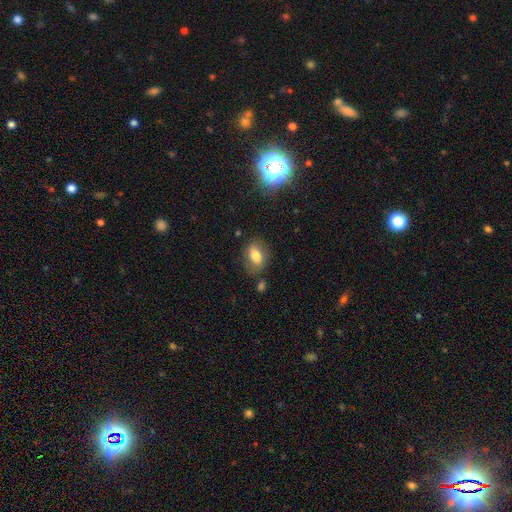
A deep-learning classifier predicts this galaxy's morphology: Smooth or featured? smooth (70%)
How rounded? in between (81%)
Merging? none (73%)